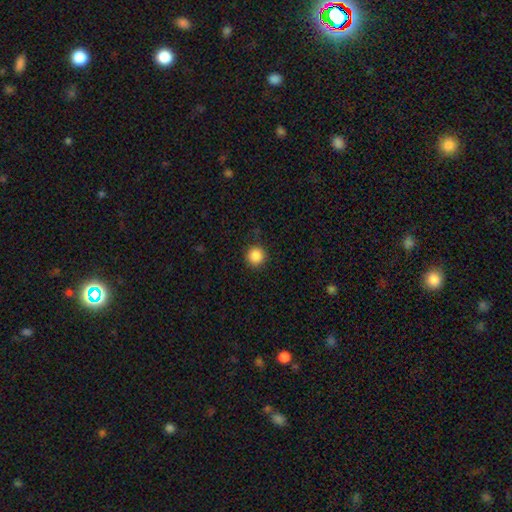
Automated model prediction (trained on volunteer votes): smooth-or-featured: smooth: 87% | star or artifact: 10% | featured or disk: 3%
  how-rounded: round: 94% | in between: 5% | cigar-shaped: 1%
  merging: none: 89% | minor disturbance: 7% | major disturbance: 3% | merger: 1%